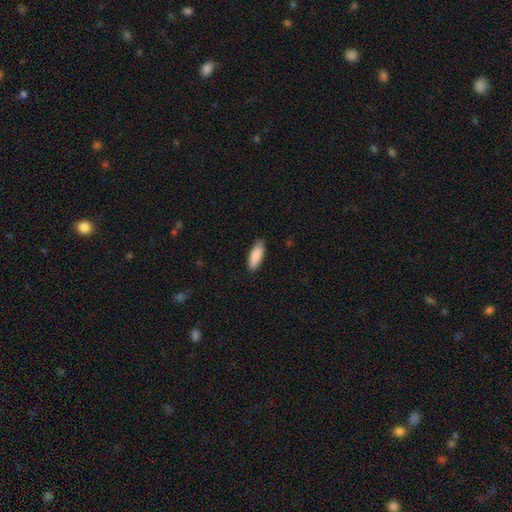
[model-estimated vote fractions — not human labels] This appears to be a smooth galaxy with no disk features (89%) that is in between round and cigar-shaped (66%). Merging: none (85%).